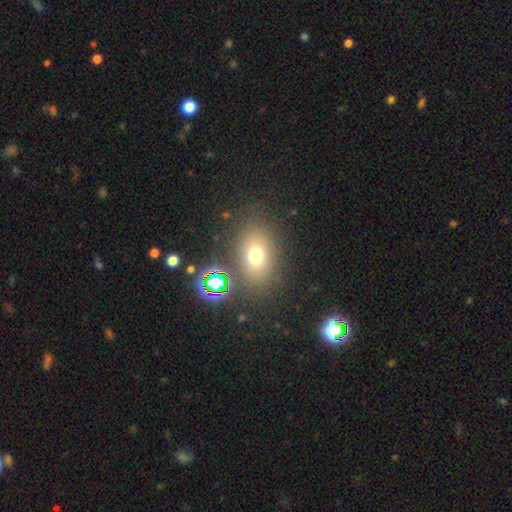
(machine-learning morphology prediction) Smooth or featured?
  - smooth: 67% *
  - star or artifact: 20%
  - featured or disk: 13%
How rounded?
  - in between: 66% *
  - round: 33%
  - cigar-shaped: 2%
Merging?
  - none: 80% *
  - minor disturbance: 10%
  - major disturbance: 6%
  - merger: 5%